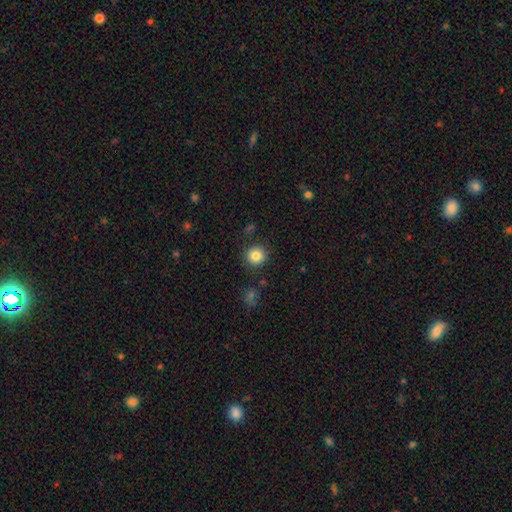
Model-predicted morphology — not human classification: This appears to be a smooth galaxy with no disk features (83%) that is round (94%). Merging: none (88%).